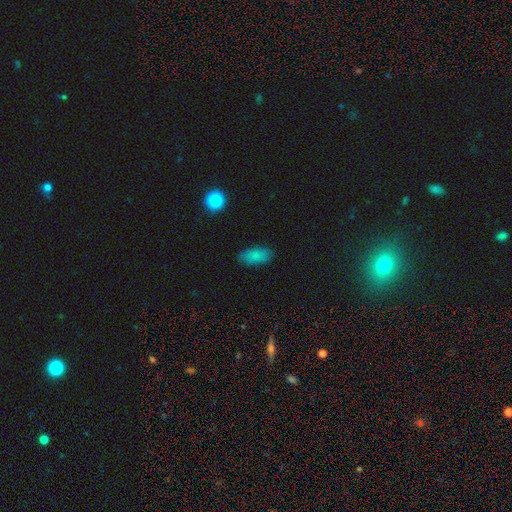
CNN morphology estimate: A smooth galaxy with no disk features (82%) that is in between round and cigar-shaped (90%).

Vote fractions:
- Smooth or featured? smooth: 82% / star or artifact: 10% / featured or disk: 8%
- How rounded? in between: 90% / cigar-shaped: 7% / round: 3%
- Merging? none: 82% / minor disturbance: 13% / major disturbance: 3% / merger: 1%